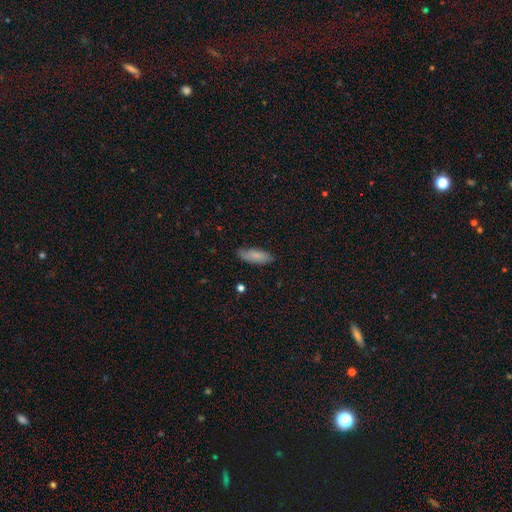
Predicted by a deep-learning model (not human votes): Q: Smooth or featured?
A: smooth (82%); runner-up: featured or disk (12%)
Q: How rounded?
A: in between (72%); runner-up: cigar-shaped (26%)
Q: Merging?
A: none (80%); runner-up: minor disturbance (16%)